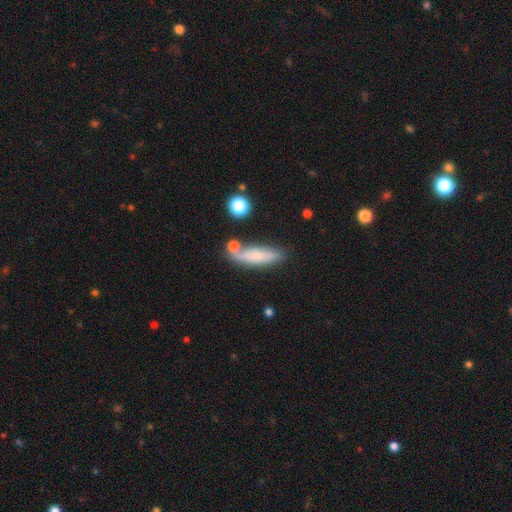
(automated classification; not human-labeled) This appears to be a smooth galaxy with no disk features (66%) that is cigar-shaped (64%). Merging: none (66%).